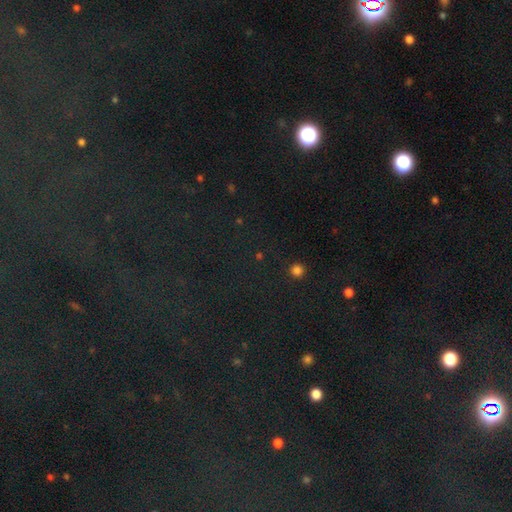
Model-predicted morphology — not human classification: A star or artifact, not a galaxy (78%).

Vote fractions:
- Smooth or featured? star or artifact: 78% / smooth: 14% / featured or disk: 8%